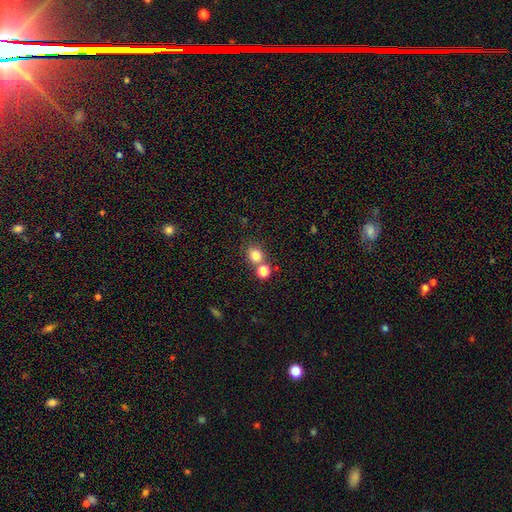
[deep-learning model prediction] This appears to be a smooth galaxy with no disk features (79%) that is round (78%). Merging: none (62%).